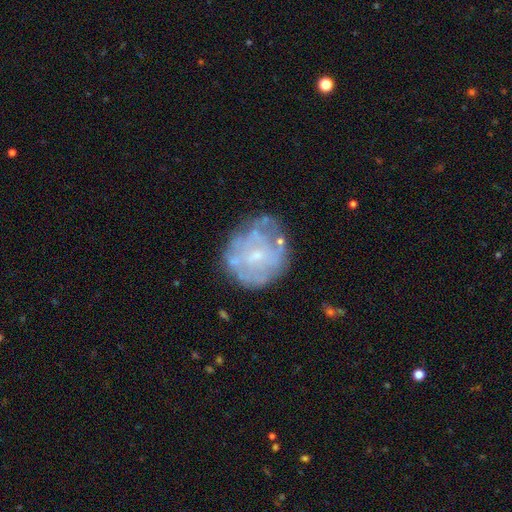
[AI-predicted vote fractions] This is possibly a featured or disk galaxy (60%). It is clearly not viewed edge-on (98%). Bar: likely no (75%). Spiral arm pattern: likely no (69%). Central bulge: likely small (63%). Merging: likely none (64%).